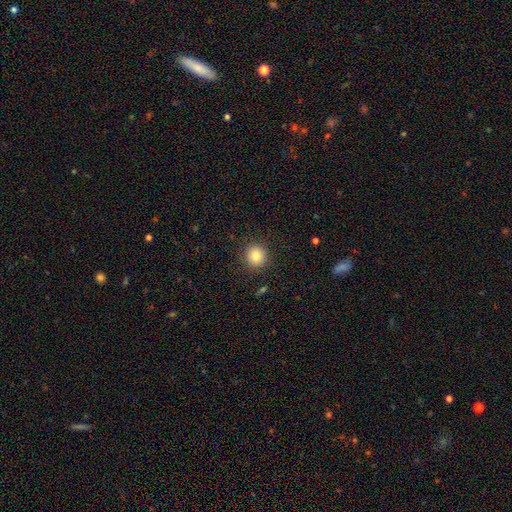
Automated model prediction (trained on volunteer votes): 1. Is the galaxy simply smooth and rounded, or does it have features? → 83% smooth, 11% star or artifact, 7% featured or disk.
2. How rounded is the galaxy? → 92% round, 7% in between, 1% cigar-shaped.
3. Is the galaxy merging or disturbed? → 90% none, 7% minor disturbance, 2% major disturbance, 1% merger.